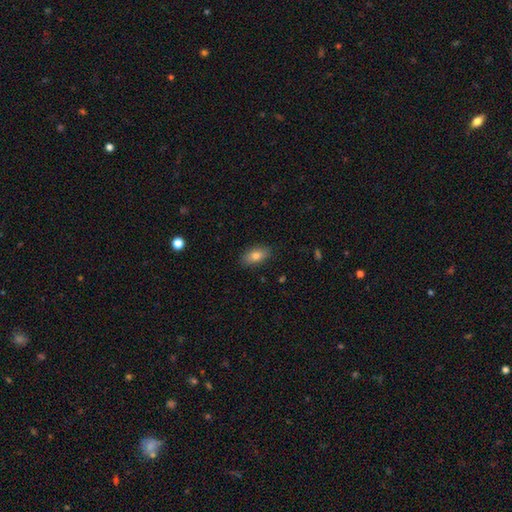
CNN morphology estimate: Smooth or featured?
  - smooth: 80% *
  - featured or disk: 12%
  - star or artifact: 8%
How rounded?
  - in between: 88% *
  - cigar-shaped: 6%
  - round: 5%
Merging?
  - none: 87% *
  - minor disturbance: 10%
  - major disturbance: 2%
  - merger: 1%